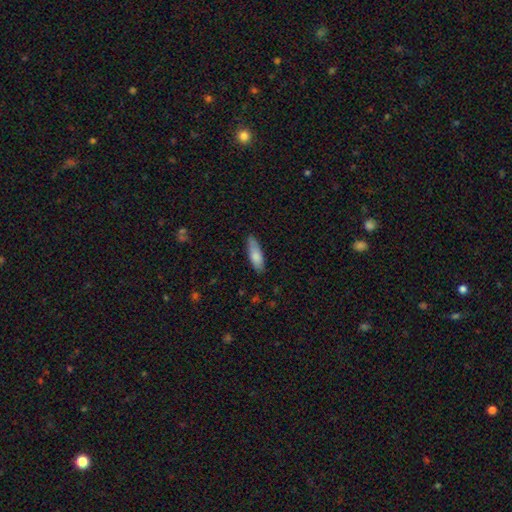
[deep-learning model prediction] This appears to be a smooth galaxy with no disk features (80%) that is in between round and cigar-shaped (51%). Merging: none (78%).